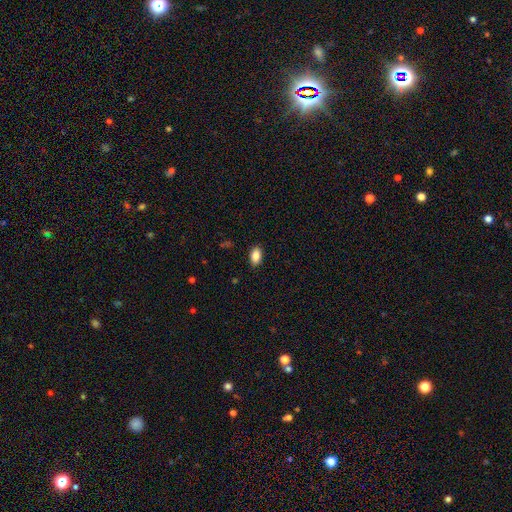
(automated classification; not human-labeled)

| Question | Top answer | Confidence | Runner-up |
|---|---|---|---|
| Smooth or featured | smooth | 87% | star or artifact (8%) |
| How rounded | in between | 91% | round (7%) |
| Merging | none | 88% | minor disturbance (9%) |